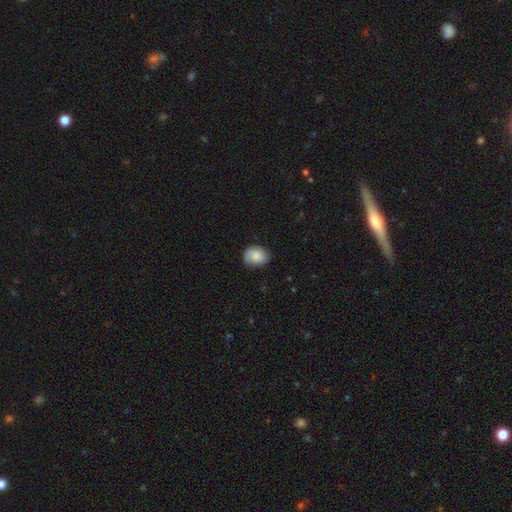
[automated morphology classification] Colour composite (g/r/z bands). It shows a smooth galaxy with no disk features (80%) that is in between round and cigar-shaped (50%). Merging: none (78%).